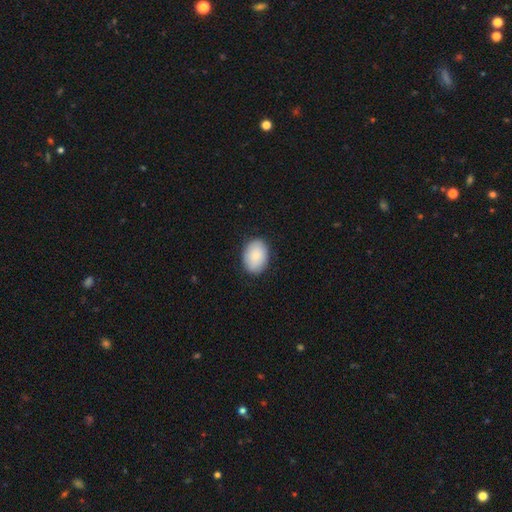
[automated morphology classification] Smooth or featured: smooth — 86% (featured or disk — 8%)
How rounded: in between — 75% (round — 24%)
Merging: none — 86% (minor disturbance — 10%)